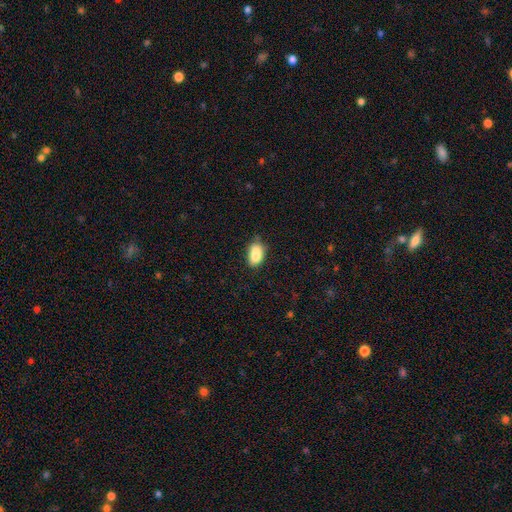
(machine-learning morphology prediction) Q: Smooth or featured?
A: smooth (86%); runner-up: star or artifact (8%)
Q: How rounded?
A: in between (91%); runner-up: round (6%)
Q: Merging?
A: none (68%); runner-up: minor disturbance (25%)